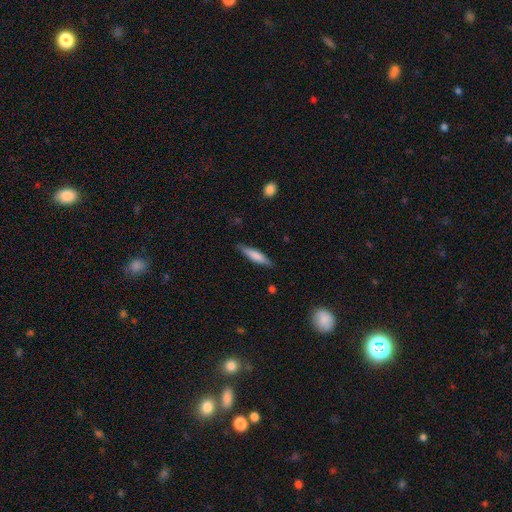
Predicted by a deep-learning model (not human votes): Smooth or featured: smooth — 74% (featured or disk — 20%)
How rounded: cigar-shaped — 78% (in between — 21%)
Merging: none — 85% (minor disturbance — 12%)